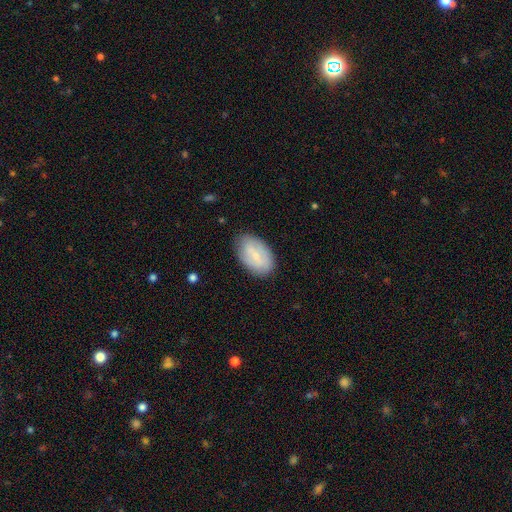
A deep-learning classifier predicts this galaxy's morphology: smooth-or-featured: smooth: 58% | featured or disk: 36% | star or artifact: 7%
  how-rounded: in between: 91% | round: 7% | cigar-shaped: 2%
  merging: none: 81% | minor disturbance: 14% | major disturbance: 3% | merger: 1%